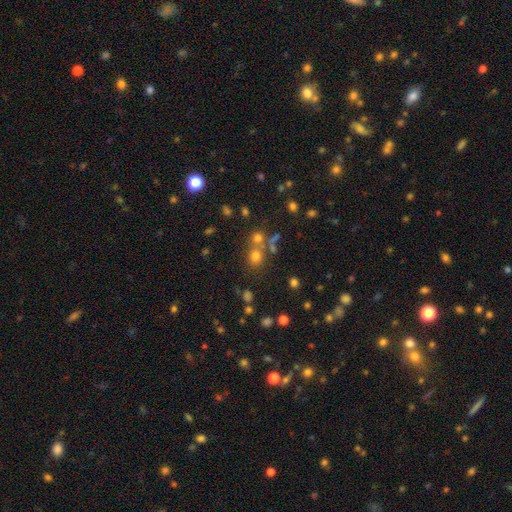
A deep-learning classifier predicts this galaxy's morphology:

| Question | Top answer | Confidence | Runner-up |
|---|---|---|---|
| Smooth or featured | smooth | 61% | star or artifact (29%) |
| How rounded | round | 84% | in between (15%) |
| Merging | none | 64% | merger (23%) |